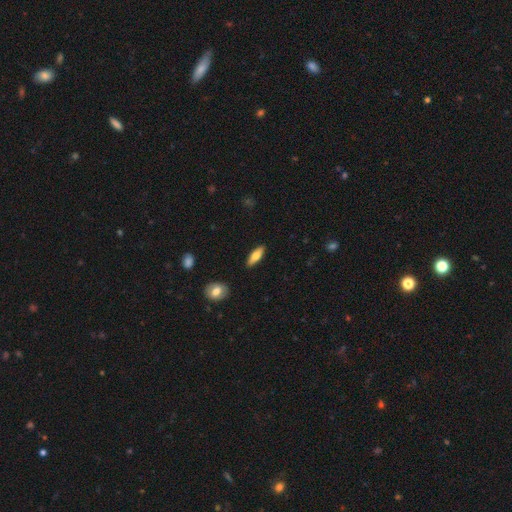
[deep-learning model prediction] smooth-or-featured: smooth: 66% | featured or disk: 28% | star or artifact: 6%
  how-rounded: in between: 55% | cigar-shaped: 42% | round: 3%
  merging: none: 89% | minor disturbance: 8% | major disturbance: 2% | merger: 1%